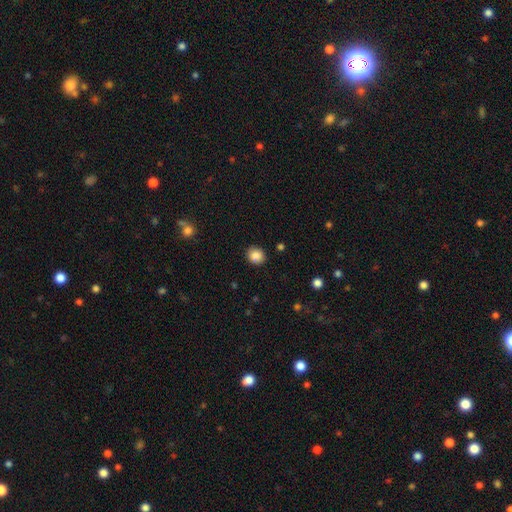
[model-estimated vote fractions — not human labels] Morphology: type=smooth (87%); roundness=round (79%); merging=none (88%).